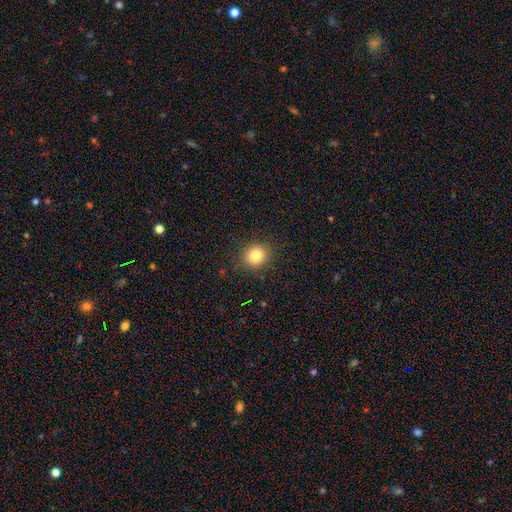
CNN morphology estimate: smooth-or-featured: smooth: 82% | star or artifact: 12% | featured or disk: 7%
  how-rounded: round: 86% | in between: 13% | cigar-shaped: 1%
  merging: none: 90% | minor disturbance: 7% | major disturbance: 2% | merger: 1%